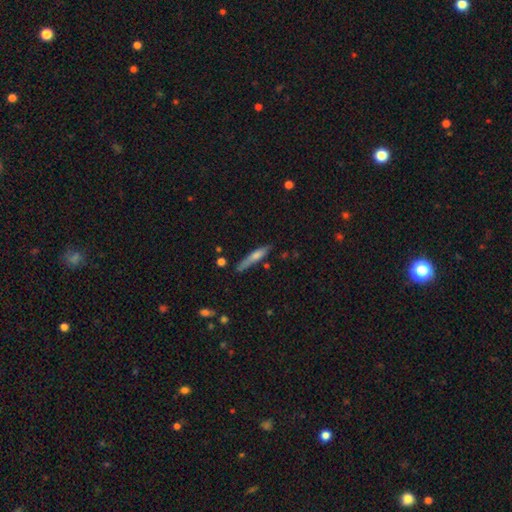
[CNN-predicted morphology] This is possibly a smooth galaxy (56%). How rounded: clearly cigar-shaped (91%). Merging: likely none (72%).